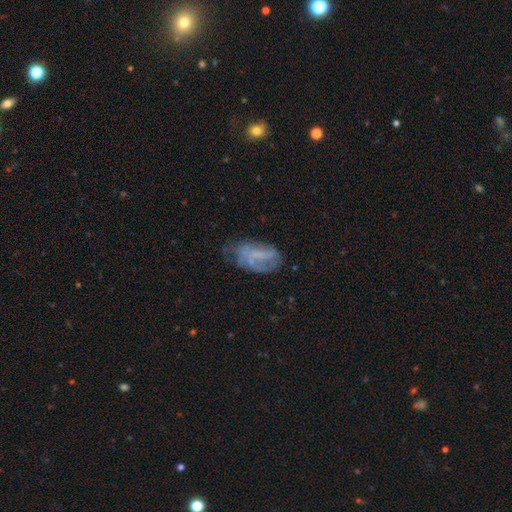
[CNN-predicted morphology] This is possibly a featured or disk galaxy (57%). It is clearly not viewed edge-on (96%). Bar: possibly no (53%). Spiral arm pattern: possibly yes (53%). Central bulge: likely none (63%). Merging: marginally none (43%).